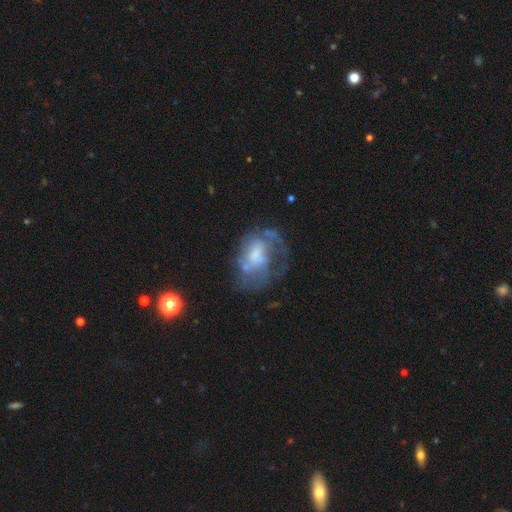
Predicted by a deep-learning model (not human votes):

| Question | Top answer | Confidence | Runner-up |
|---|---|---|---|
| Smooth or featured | featured or disk | 58% | smooth (31%) |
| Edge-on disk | no | 97% | yes (3%) |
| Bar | no | 67% | weak (27%) |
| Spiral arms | no | 64% | yes (36%) |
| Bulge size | moderate | 33% | small (31%) |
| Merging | major disturbance | 38% | none (32%) |